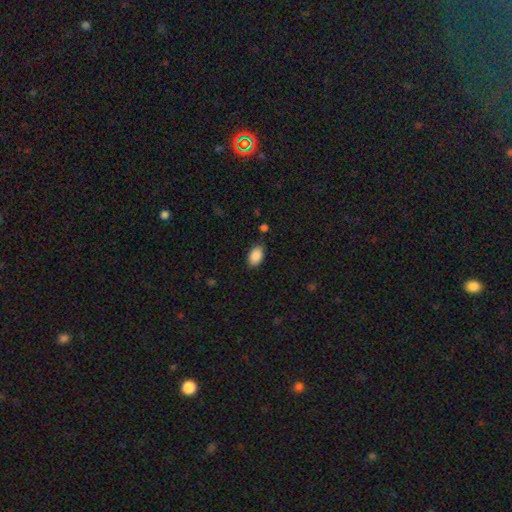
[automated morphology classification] Smooth or featured?
  - smooth: 89% *
  - star or artifact: 7%
  - featured or disk: 4%
How rounded?
  - in between: 92% *
  - round: 7%
  - cigar-shaped: 1%
Merging?
  - none: 83% *
  - minor disturbance: 12%
  - major disturbance: 3%
  - merger: 2%